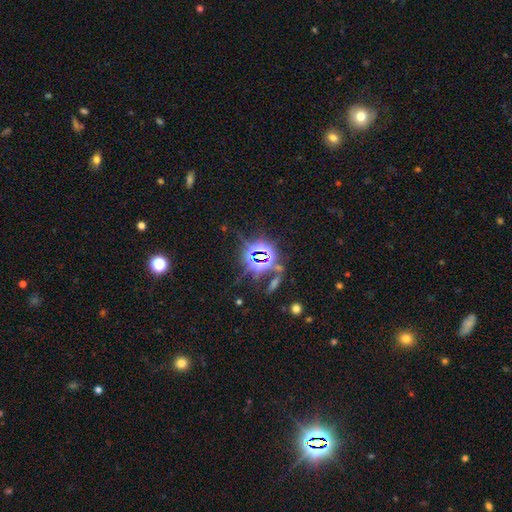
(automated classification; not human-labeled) Q: Smooth or featured?
A: star or artifact (78%); runner-up: smooth (13%)